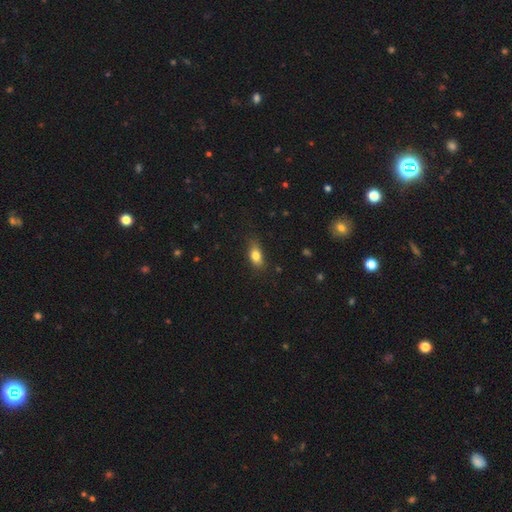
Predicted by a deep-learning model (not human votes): A smooth galaxy with no disk features (81%) that is in between round and cigar-shaped (82%). Merging: none (75%).